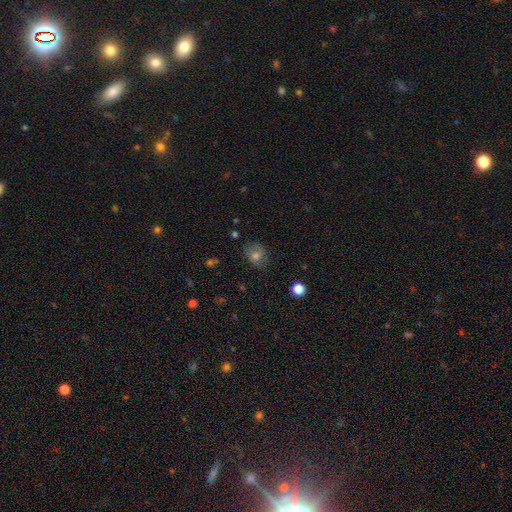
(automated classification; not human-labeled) Smooth or featured: smooth — 65% (featured or disk — 23%)
How rounded: in between — 52% (round — 47%)
Merging: none — 76% (minor disturbance — 17%)